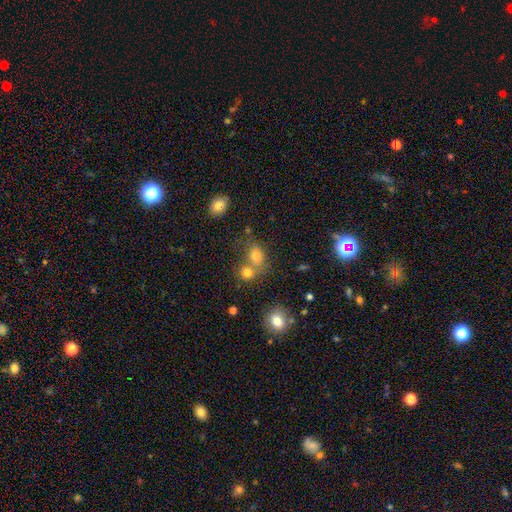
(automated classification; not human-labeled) Smooth or featured? smooth (76%)
How rounded? in between (61%)
Merging? none (42%)